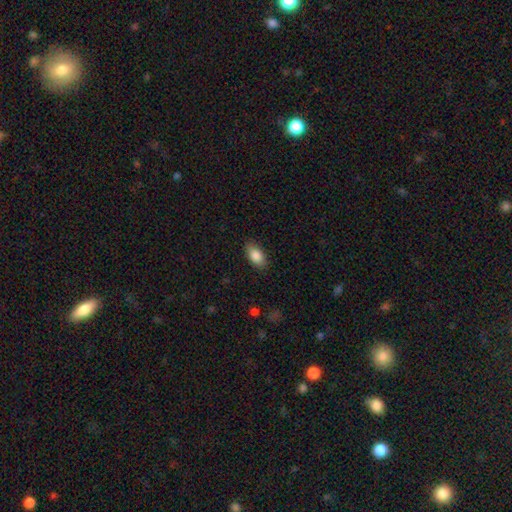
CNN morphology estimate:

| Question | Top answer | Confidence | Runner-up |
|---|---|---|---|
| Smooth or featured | smooth | 86% | star or artifact (7%) |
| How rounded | in between | 92% | round (5%) |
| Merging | none | 86% | minor disturbance (10%) |